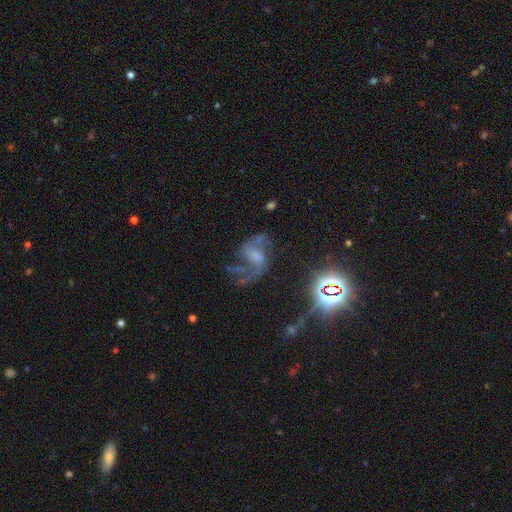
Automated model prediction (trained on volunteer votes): smooth-or-featured: featured or disk: 73% | star or artifact: 17% | smooth: 9%
  disk-edge-on: no: 97% | yes: 3%
    bar: weak: 44% | no: 39% | strong: 17%
    has-spiral-arms: yes: 90% | no: 10%
      spiral-winding: loose: 56% | medium: 36% | tight: 8%
      spiral-arm-count: 2: 73% | can't tell: 9% | 1: 8% | 3: 6% | 4: 2% | more than 4: 2%
    bulge-size: none: 33% | moderate: 30% | small: 27% | large: 8% | dominant: 2%
  merging: none: 48% | major disturbance: 29% | minor disturbance: 17% | merger: 5%